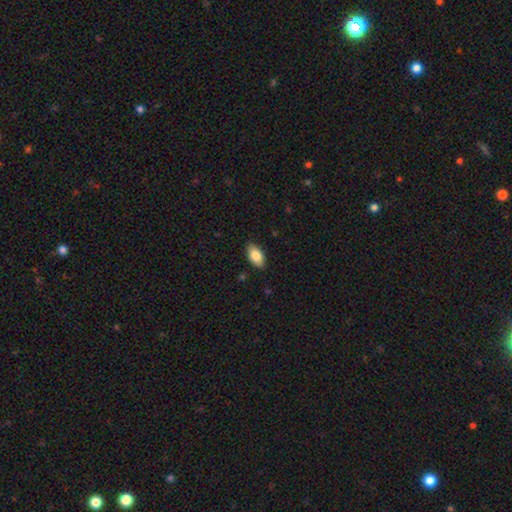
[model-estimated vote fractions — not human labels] Smooth or featured? smooth (83%)
How rounded? in between (93%)
Merging? none (87%)